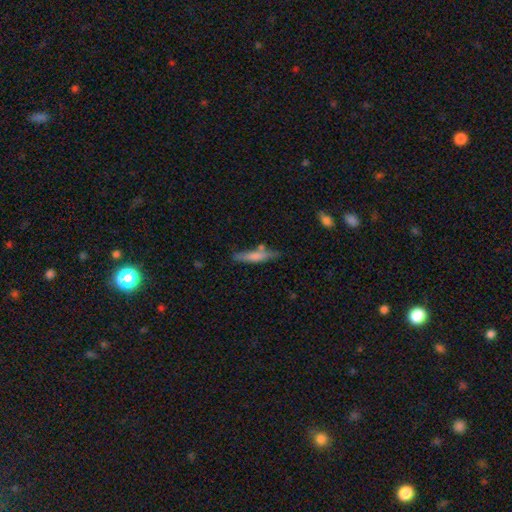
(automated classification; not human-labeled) Smooth or featured? smooth (67%)
How rounded? cigar-shaped (84%)
Merging? none (71%)